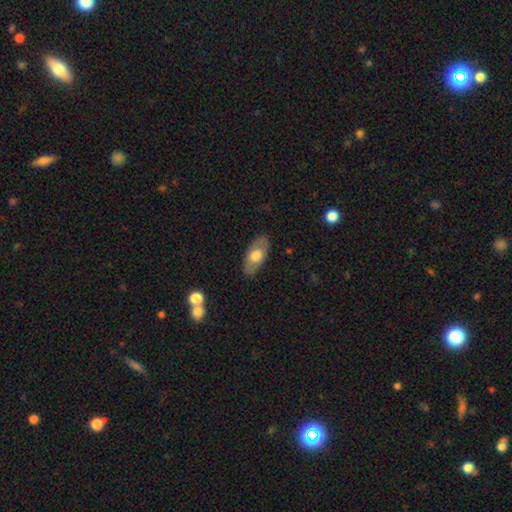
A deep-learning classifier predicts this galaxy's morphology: Smooth or featured?
  - smooth: 60% *
  - featured or disk: 34%
  - star or artifact: 6%
How rounded?
  - in between: 91% *
  - cigar-shaped: 5%
  - round: 4%
Merging?
  - none: 84% *
  - minor disturbance: 12%
  - major disturbance: 3%
  - merger: 1%